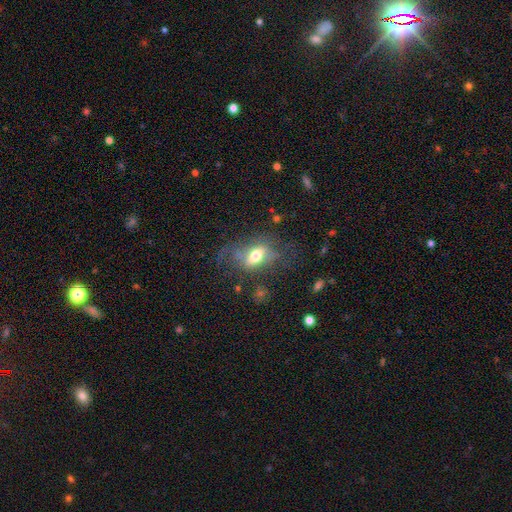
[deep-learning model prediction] A smooth galaxy with no disk features (51%) that is in between round and cigar-shaped (79%).

Vote fractions:
- Smooth or featured? smooth: 51% / featured or disk: 38% / star or artifact: 11%
- How rounded? in between: 79% / round: 13% / cigar-shaped: 8%
- Merging? none: 50% / major disturbance: 24% / minor disturbance: 22% / merger: 3%